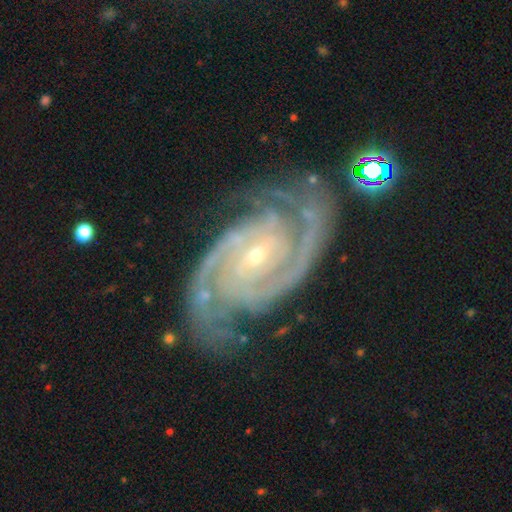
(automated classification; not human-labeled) smooth-or-featured: featured or disk: 93% | star or artifact: 5% | smooth: 2%
  disk-edge-on: no: 97% | yes: 3%
    bar: weak: 41% | no: 37% | strong: 23%
    has-spiral-arms: yes: 99% | no: 1%
      spiral-winding: tight: 61% | medium: 35% | loose: 4%
      spiral-arm-count: 2: 66% | 3: 15% | can't tell: 6% | 4: 6% | more than 4: 4% | 1: 4%
    bulge-size: small: 75% | moderate: 22% | none: 1% | large: 1% | dominant: 1%
  merging: none: 75% | minor disturbance: 17% | major disturbance: 6% | merger: 2%